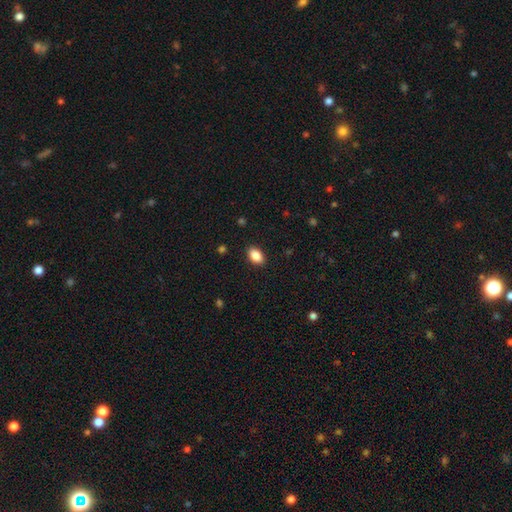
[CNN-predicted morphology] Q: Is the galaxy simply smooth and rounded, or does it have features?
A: smooth — 88%.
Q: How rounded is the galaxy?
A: in between — 89%.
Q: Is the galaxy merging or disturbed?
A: none — 89%.